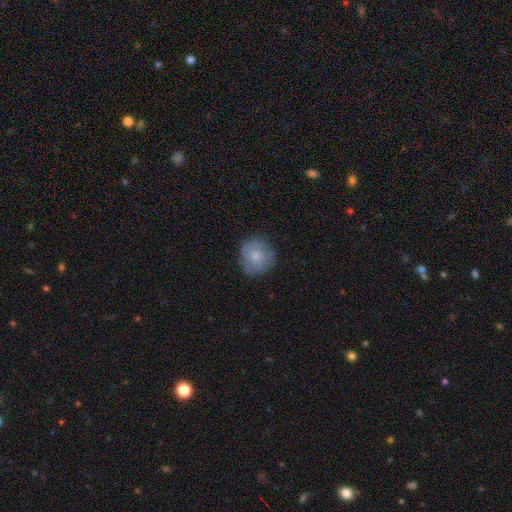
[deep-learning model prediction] Smooth or featured? smooth (74%)
How rounded? round (91%)
Merging? none (81%)